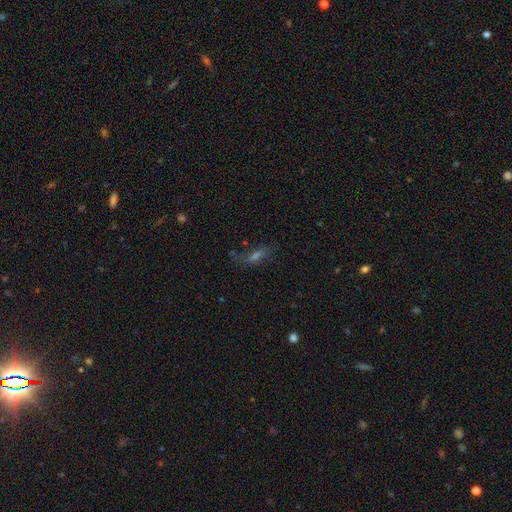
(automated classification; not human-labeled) This is marginally a smooth galaxy (39%). Merging: possibly none (60%).